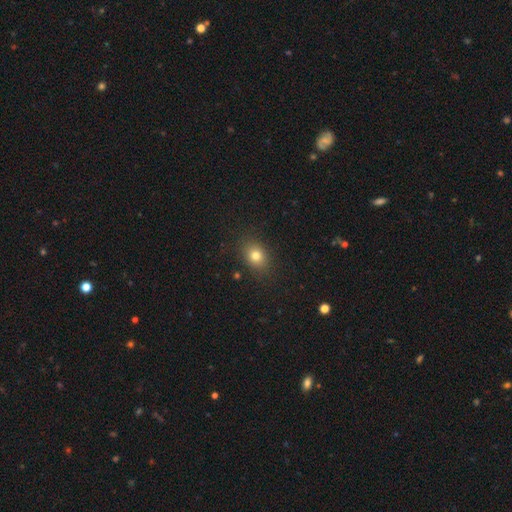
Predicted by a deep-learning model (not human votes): smooth 78%, star or artifact 12%, featured or disk 9%. Down the decision tree: how rounded — in between (57%); merging — none (86%).